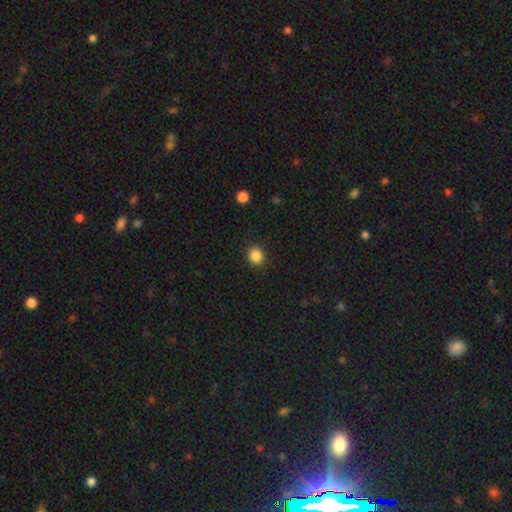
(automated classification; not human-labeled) A smooth galaxy with no disk features (86%) that is round (78%). Merging: none (90%).